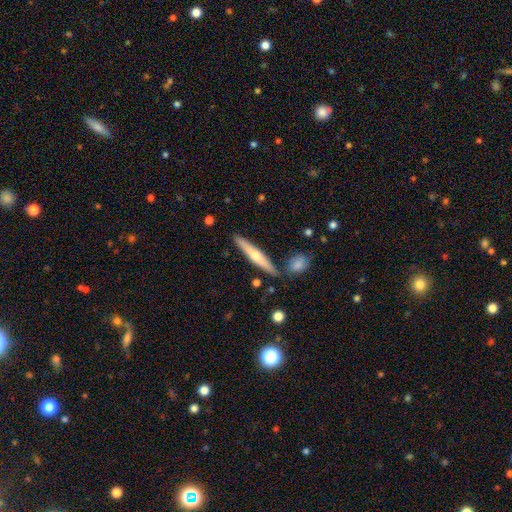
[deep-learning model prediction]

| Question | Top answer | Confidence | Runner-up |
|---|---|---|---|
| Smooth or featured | featured or disk | 48% | smooth (46%) |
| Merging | none | 83% | minor disturbance (9%) |